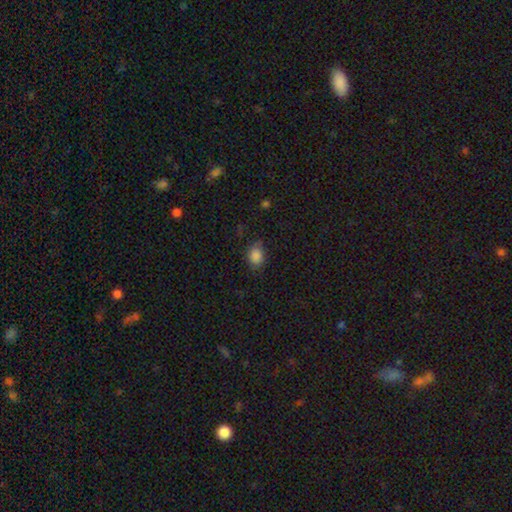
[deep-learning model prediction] Smooth or featured? smooth (85%)
How rounded? in between (71%)
Merging? none (71%)